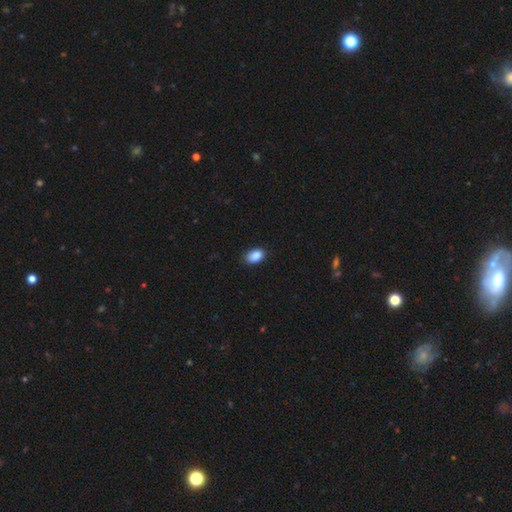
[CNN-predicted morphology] Smooth or featured?
  - smooth: 89% *
  - star or artifact: 8%
  - featured or disk: 3%
How rounded?
  - in between: 90% *
  - round: 9%
  - cigar-shaped: 1%
Merging?
  - none: 84% *
  - minor disturbance: 13%
  - major disturbance: 2%
  - merger: 1%